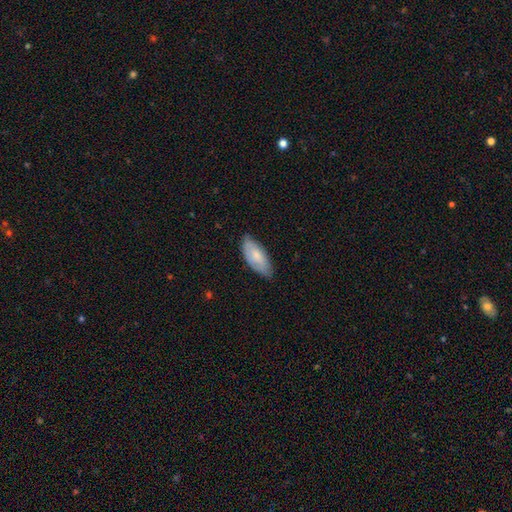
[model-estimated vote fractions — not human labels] The model was most divided on "merging": none: 69%, minor disturbance: 26%, major disturbance: 3%, merger: 1%. More confident: how rounded — in between (88%); smooth or featured — smooth (70%).